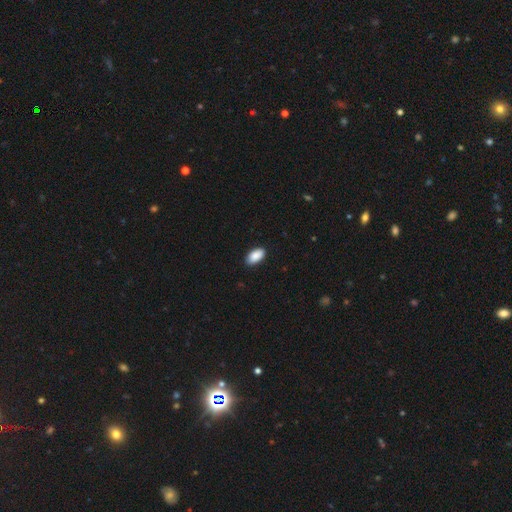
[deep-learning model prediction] Overall: smooth (89%). How rounded: in between (95%). Merging: none (87%).